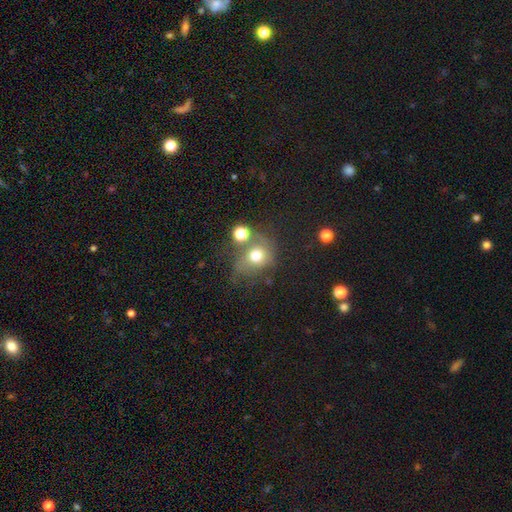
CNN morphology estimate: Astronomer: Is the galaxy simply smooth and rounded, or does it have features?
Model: smooth — 65%.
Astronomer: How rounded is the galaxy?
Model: round — 71%.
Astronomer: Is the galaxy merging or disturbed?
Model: none — 40% (runner-up: merger, 24%).